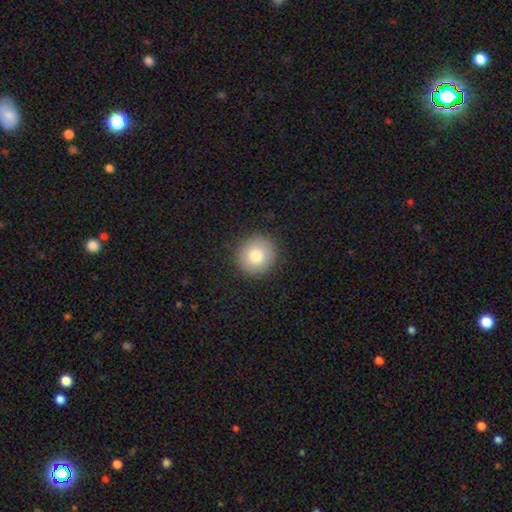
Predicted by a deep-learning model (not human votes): This appears to be a smooth galaxy with no disk features (79%) that is round (94%). Merging: none (91%).